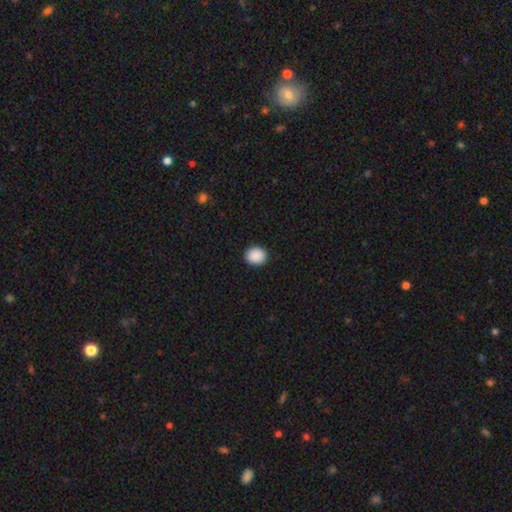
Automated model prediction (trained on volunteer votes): smooth 90%, star or artifact 8%, featured or disk 2%. Down the decision tree: how rounded — round (70%); merging — none (91%).